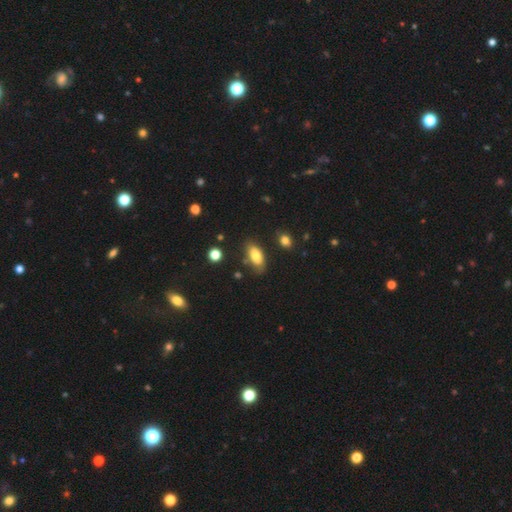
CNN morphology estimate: Overall: smooth (78%). How rounded: in between (88%). Merging: none (75%).